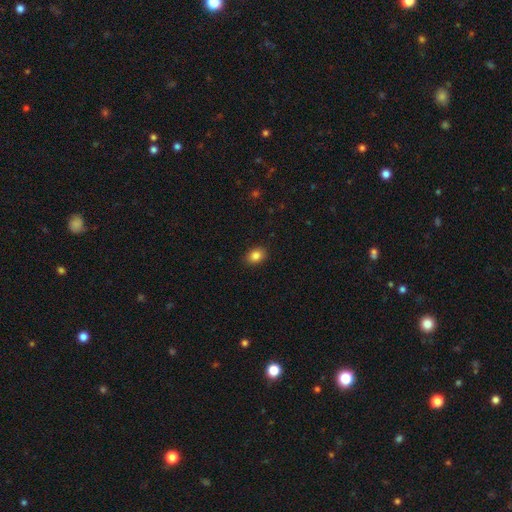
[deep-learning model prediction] smooth-or-featured: smooth: 85% | star or artifact: 10% | featured or disk: 5%
  how-rounded: in between: 67% | round: 32% | cigar-shaped: 1%
  merging: none: 89% | minor disturbance: 8% | major disturbance: 2% | merger: 1%